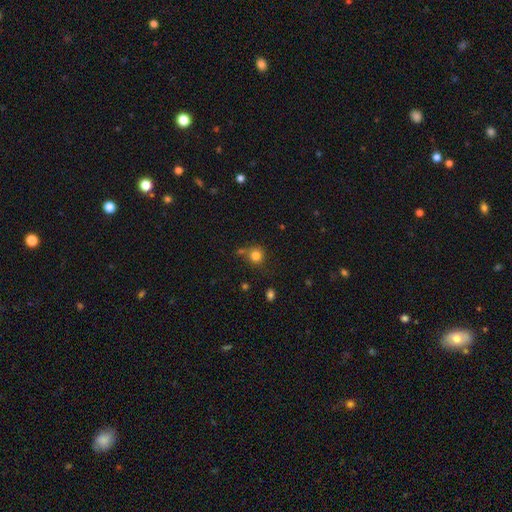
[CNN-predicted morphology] Smooth or featured? Predicted: smooth (p=0.81). How rounded? Predicted: round (p=0.87). Merging? Predicted: none (p=0.68).